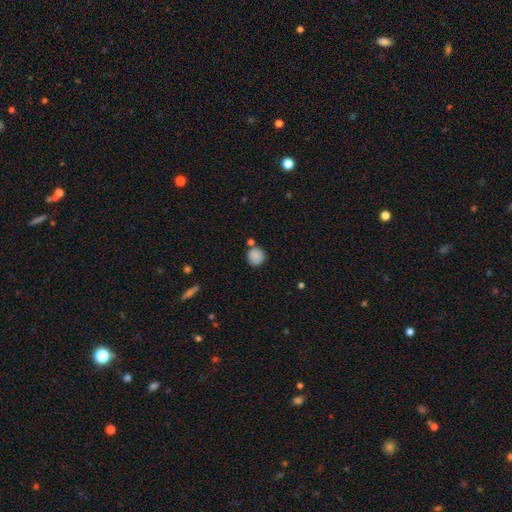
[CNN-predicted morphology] smooth_or_featured: smooth (p=0.86) [alt: star or artifact p=0.09]
how_rounded: round (p=0.90) [alt: in between p=0.09]
merging: none (p=0.72) [alt: minor disturbance p=0.13]